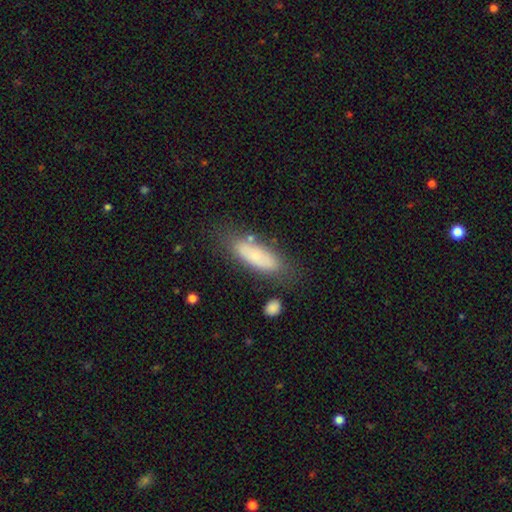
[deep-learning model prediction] Morphology: type=smooth (75%); roundness=in between (53%); merging=none (71%).